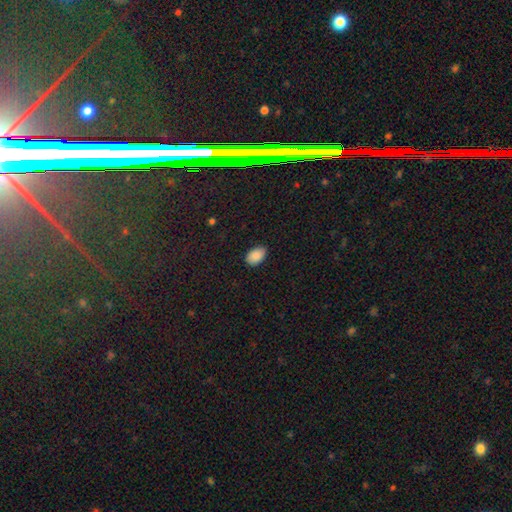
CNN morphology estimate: type=smooth (89%); roundness=in between (91%); merging=none (84%).